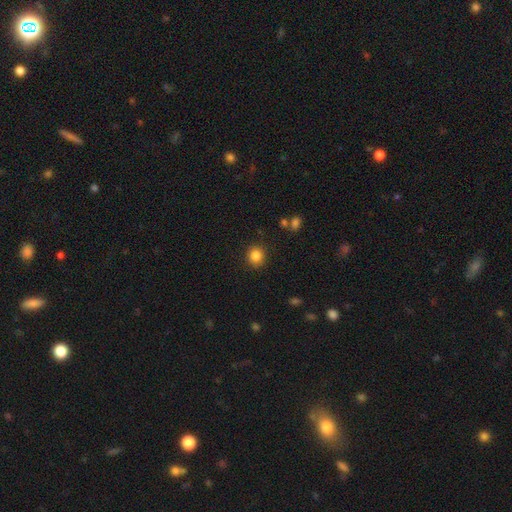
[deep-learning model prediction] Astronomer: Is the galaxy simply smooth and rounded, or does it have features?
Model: smooth — 85%.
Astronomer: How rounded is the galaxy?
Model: round — 85%.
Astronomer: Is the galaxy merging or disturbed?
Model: none — 90%.